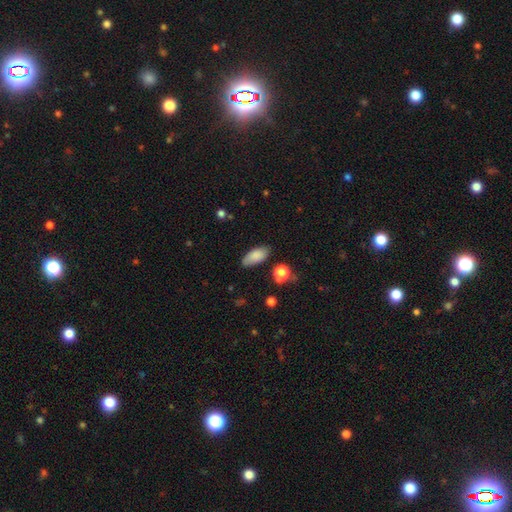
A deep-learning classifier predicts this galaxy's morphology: Smooth or featured: smooth — 83% (featured or disk — 9%)
How rounded: in between — 88% (cigar-shaped — 10%)
Merging: none — 78% (minor disturbance — 16%)